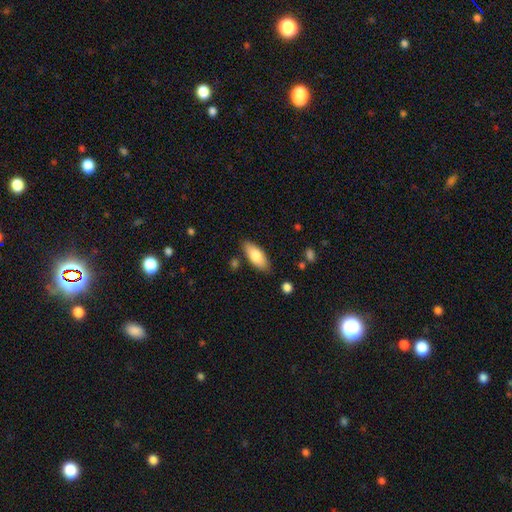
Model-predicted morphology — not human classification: Smooth or featured: smooth — 79% (featured or disk — 15%)
How rounded: in between — 82% (cigar-shaped — 16%)
Merging: none — 83% (minor disturbance — 12%)